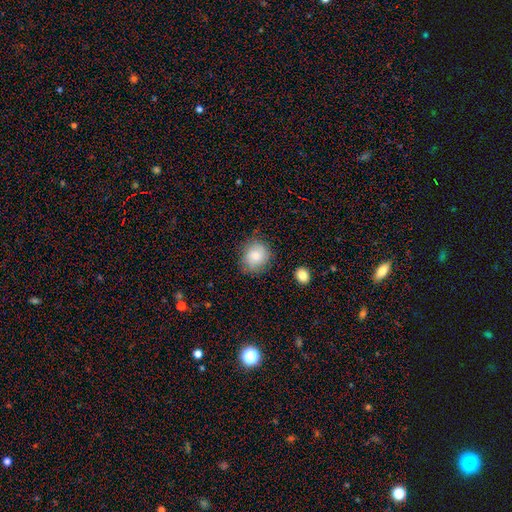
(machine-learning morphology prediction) smooth_or_featured: smooth (p=0.79) [alt: featured or disk p=0.13]
how_rounded: round (p=0.73) [alt: in between p=0.26]
merging: none (p=0.75) [alt: minor disturbance p=0.18]